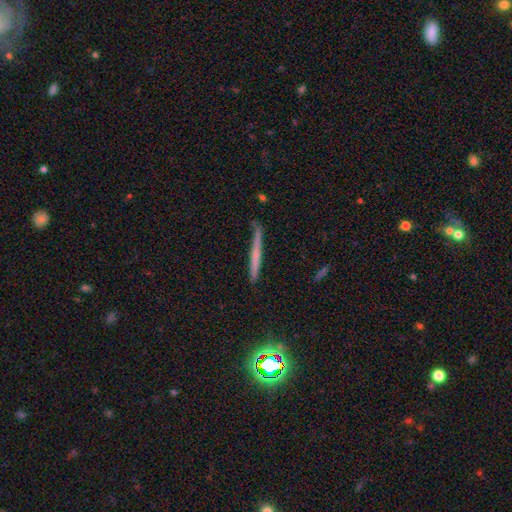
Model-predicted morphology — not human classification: Q: Smooth or featured?
A: smooth (49%); runner-up: featured or disk (41%)
Q: Merging?
A: none (86%); runner-up: minor disturbance (10%)